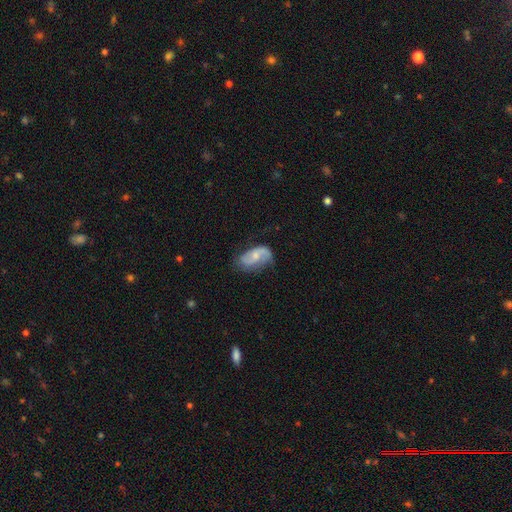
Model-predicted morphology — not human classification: A featured or disk galaxy (64%) with no bar (56%), 2 (79%) loose (45%) spiral arms (89%) and a small central bulge (46%).

Vote fractions:
- Smooth or featured? featured or disk: 64% / smooth: 30% / star or artifact: 7%
- Edge-on disk? no: 96% / yes: 4%
- Bar? no: 56% / weak: 36% / strong: 8%
- Spiral arms? yes: 89% / no: 11%
- Spiral winding? loose: 45% / medium: 39% / tight: 17%
- Spiral arm count? 2: 79% / can't tell: 9% / 1: 7% / 3: 2% / 4: 1% / more than 4: 1%
- Bulge size? small: 46% / moderate: 45% / none: 6% / large: 3% / dominant: 1%
- Merging? none: 58% / minor disturbance: 28% / major disturbance: 12% / merger: 2%